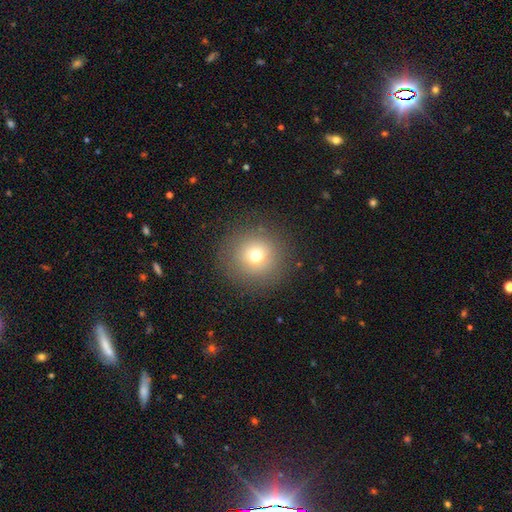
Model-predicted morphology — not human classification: Q: Smooth or featured?
A: smooth (72%); runner-up: star or artifact (16%)
Q: How rounded?
A: round (95%); runner-up: in between (4%)
Q: Merging?
A: none (88%); runner-up: minor disturbance (7%)